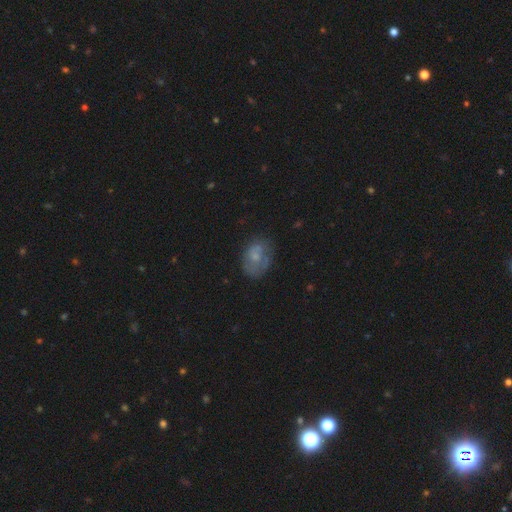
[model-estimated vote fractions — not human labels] A smooth galaxy with no disk features (54%) that is in between round and cigar-shaped (70%). Merging: none (52%).